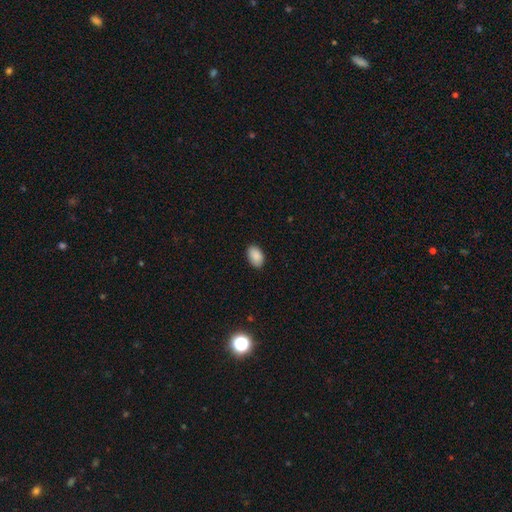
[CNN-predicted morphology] The model was most divided on "merging": none: 87%, minor disturbance: 10%, major disturbance: 2%, merger: 1%. More confident: how rounded — in between (91%); smooth or featured — smooth (90%).